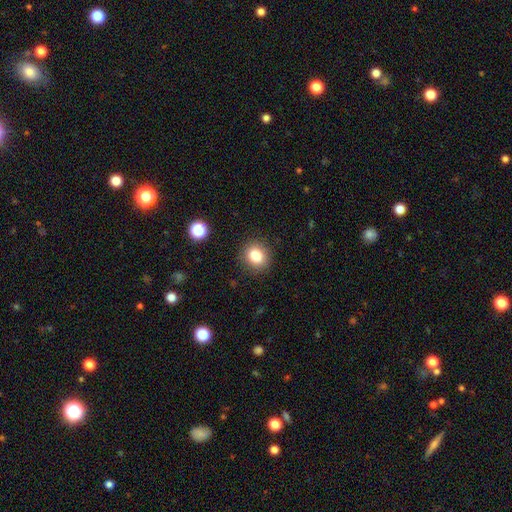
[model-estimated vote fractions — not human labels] Morphology: type=smooth (82%); roundness=round (76%); merging=none (88%).